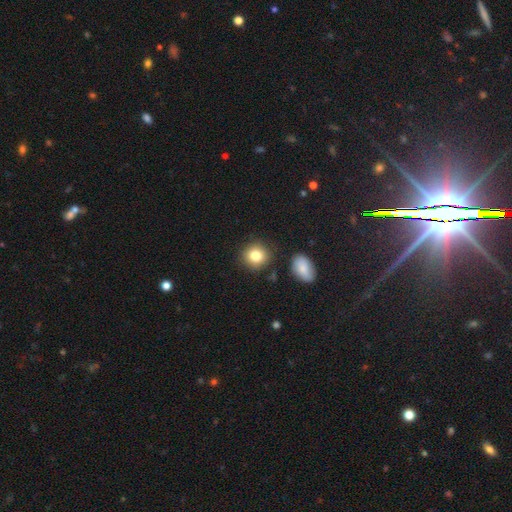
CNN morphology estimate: Smooth or featured? Predicted: smooth (p=0.83). How rounded? Predicted: round (p=0.86). Merging? Predicted: none (p=0.84).